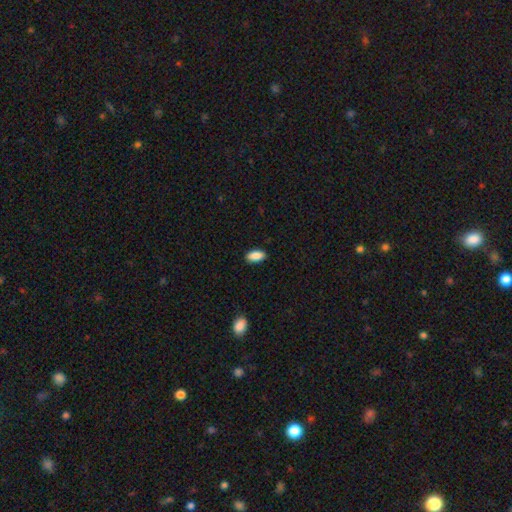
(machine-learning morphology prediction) type=smooth (89%); roundness=in between (91%); merging=none (89%).